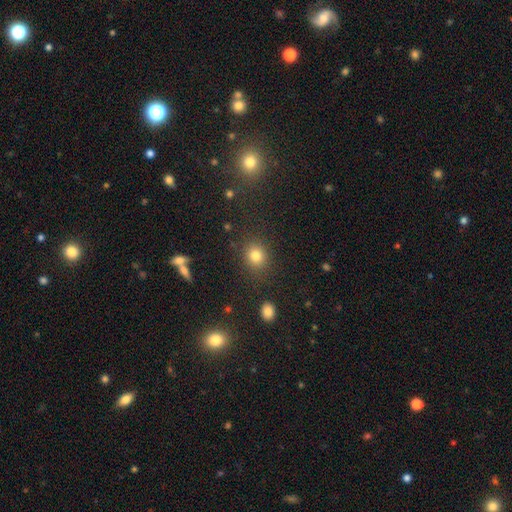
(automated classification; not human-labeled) smooth-or-featured: smooth: 80% | star or artifact: 13% | featured or disk: 7%
  how-rounded: round: 74% | in between: 25% | cigar-shaped: 1%
  merging: none: 84% | minor disturbance: 9% | major disturbance: 4% | merger: 3%